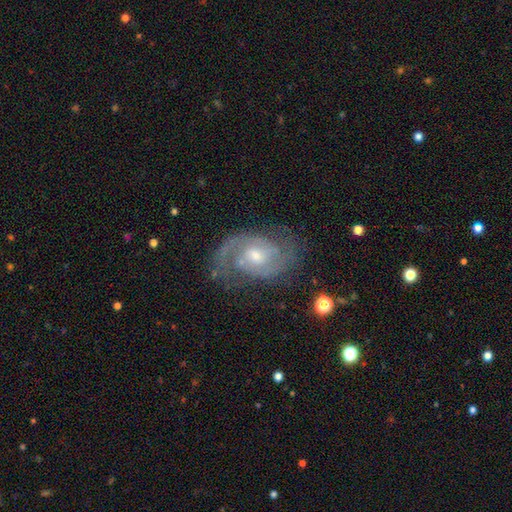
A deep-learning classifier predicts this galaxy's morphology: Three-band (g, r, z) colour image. It shows a featured or disk galaxy (88%) with no bar (54%), 2 (77%) medium (45%, tied with tight) spiral arms (96%) and a moderate central bulge (55%). Merging: none (74%).